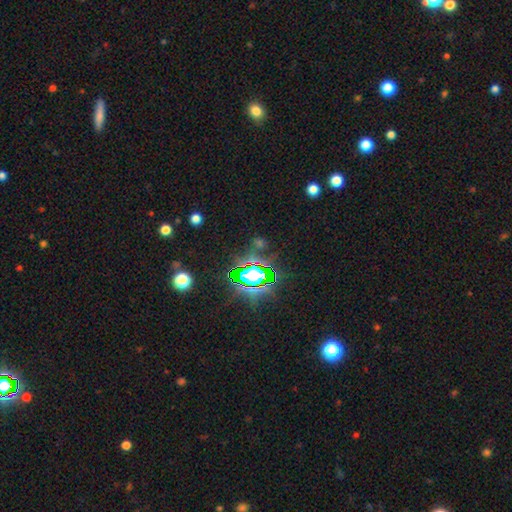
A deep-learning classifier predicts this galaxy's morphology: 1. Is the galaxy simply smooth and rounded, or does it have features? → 81% star or artifact, 11% smooth, 8% featured or disk.